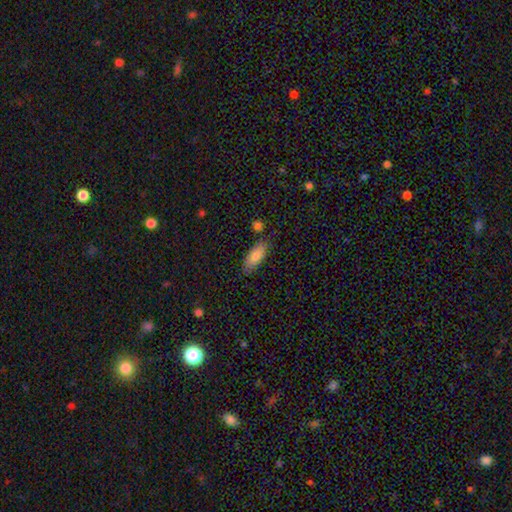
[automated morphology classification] smooth_or_featured: smooth (p=0.86) [alt: star or artifact p=0.07]
how_rounded: in between (p=0.82) [alt: cigar-shaped p=0.16]
merging: none (p=0.73) [alt: minor disturbance p=0.17]